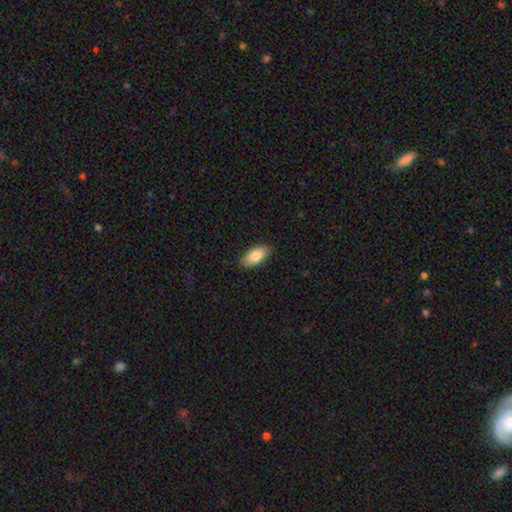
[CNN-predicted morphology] Smooth or featured: smooth — 83% (featured or disk — 11%)
How rounded: in between — 92% (cigar-shaped — 5%)
Merging: none — 89% (minor disturbance — 8%)